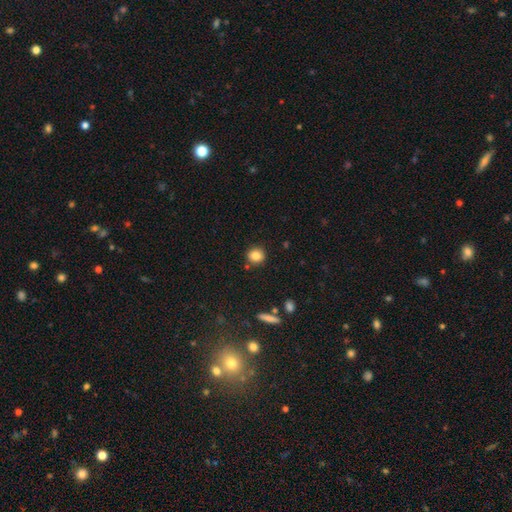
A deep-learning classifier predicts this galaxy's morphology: smooth 84%, star or artifact 10%, featured or disk 6%. Down the decision tree: how rounded — round (86%); merging — none (87%).